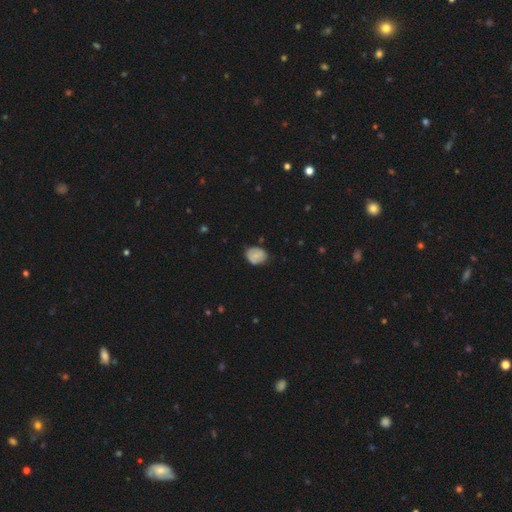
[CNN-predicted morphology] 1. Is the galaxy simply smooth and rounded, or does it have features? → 65% smooth, 26% featured or disk, 8% star or artifact.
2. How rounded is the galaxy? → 60% in between, 39% round, 1% cigar-shaped.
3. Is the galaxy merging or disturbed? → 67% none, 26% minor disturbance, 5% major disturbance, 2% merger.